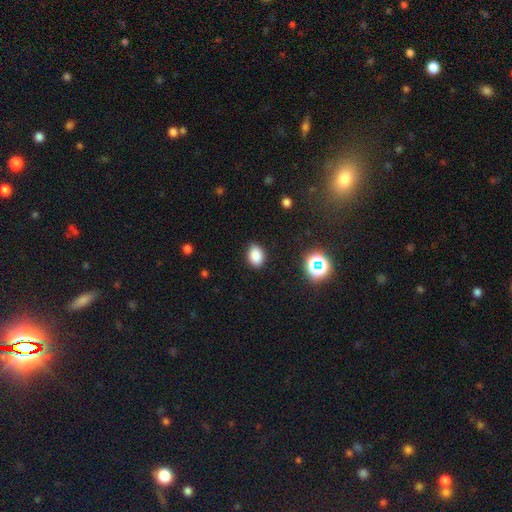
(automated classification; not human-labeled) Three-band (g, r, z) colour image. It shows a smooth galaxy with no disk features (84%) that is in between round and cigar-shaped (73%). Merging: none (85%).